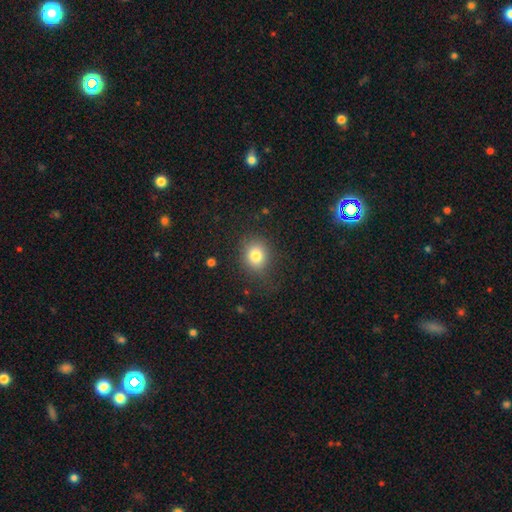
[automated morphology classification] smooth 81%, star or artifact 11%, featured or disk 8%. Down the decision tree: how rounded — round (67%); merging — none (78%).